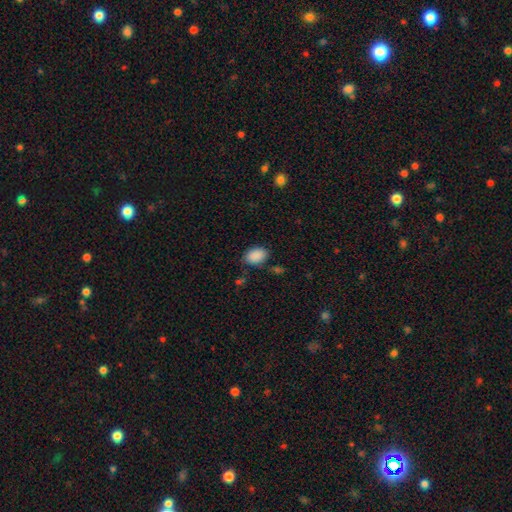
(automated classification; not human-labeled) Smooth or featured? Predicted: smooth (p=0.89). How rounded? Predicted: in between (p=0.82). Merging? Predicted: none (p=0.76).